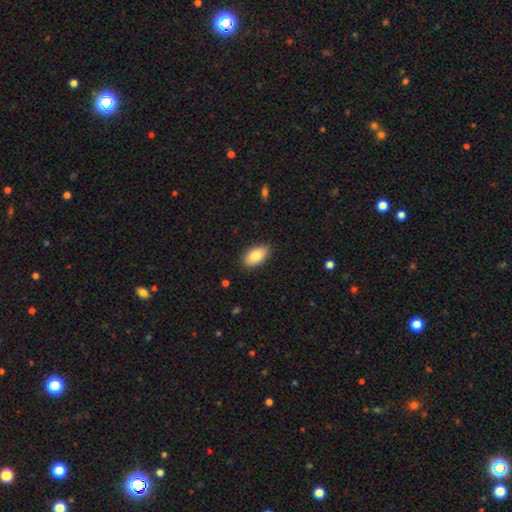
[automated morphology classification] Smooth or featured?
  - smooth: 81% *
  - featured or disk: 13%
  - star or artifact: 7%
How rounded?
  - in between: 93% *
  - round: 5%
  - cigar-shaped: 2%
Merging?
  - none: 86% *
  - minor disturbance: 11%
  - major disturbance: 2%
  - merger: 1%